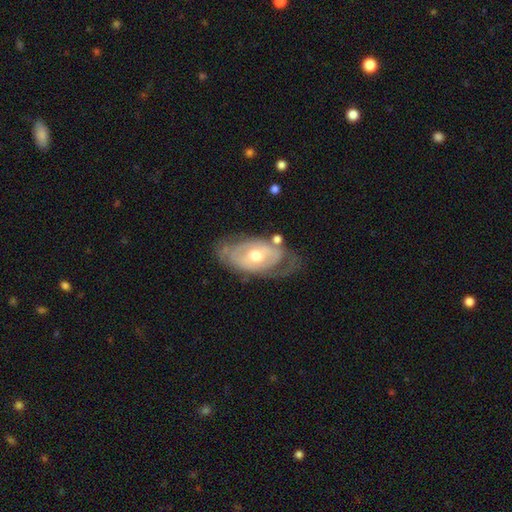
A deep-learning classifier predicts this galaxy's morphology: Smooth or featured? featured or disk (77%)
Edge-on disk? no (92%)
Bar? no (64%)
Spiral arms? yes (69%)
Bulge size? moderate (70%)
Merging? none (59%)